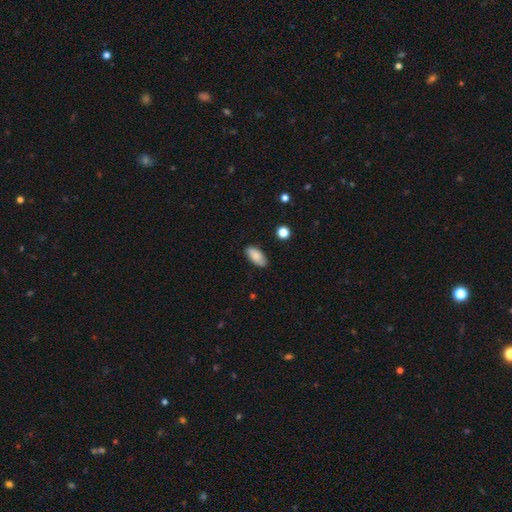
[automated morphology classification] smooth 85%, featured or disk 8%, star or artifact 7%. Down the decision tree: how rounded — in between (90%); merging — none (84%).